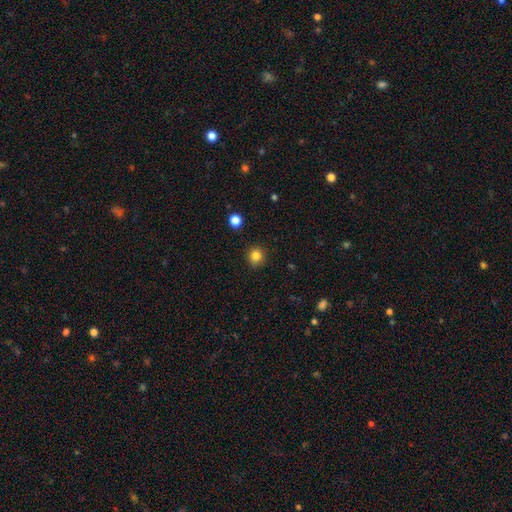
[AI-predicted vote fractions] Morphology: type=smooth (83%); roundness=round (88%); merging=none (89%).